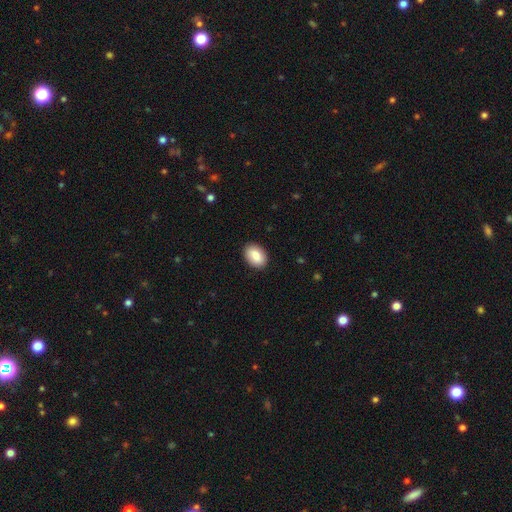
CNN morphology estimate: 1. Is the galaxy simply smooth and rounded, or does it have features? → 86% smooth, 8% featured or disk, 6% star or artifact.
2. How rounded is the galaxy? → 86% in between, 13% round, 1% cigar-shaped.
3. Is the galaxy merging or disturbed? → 89% none, 8% minor disturbance, 2% major disturbance, 1% merger.